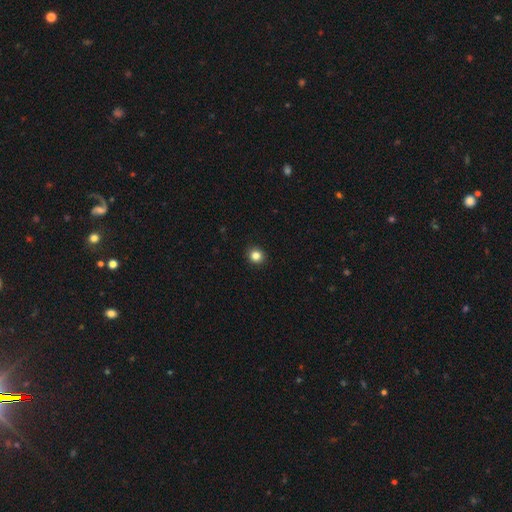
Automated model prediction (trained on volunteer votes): smooth-or-featured: smooth: 83% | star or artifact: 12% | featured or disk: 5%
  how-rounded: round: 90% | in between: 9% | cigar-shaped: 1%
  merging: none: 93% | minor disturbance: 5% | major disturbance: 2% | merger: 1%